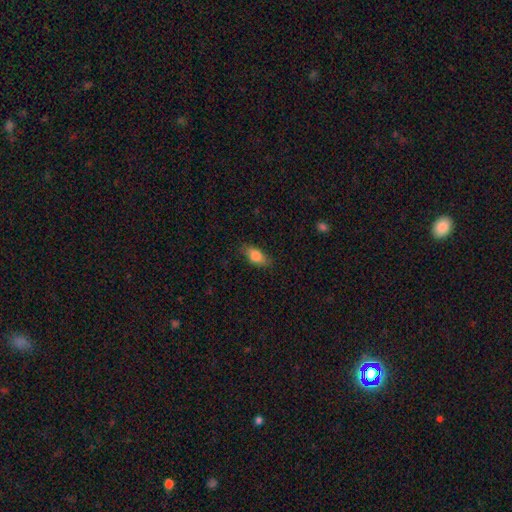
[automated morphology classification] smooth-or-featured: smooth: 84% | featured or disk: 9% | star or artifact: 7%
  how-rounded: in between: 85% | cigar-shaped: 10% | round: 4%
  merging: none: 78% | minor disturbance: 17% | major disturbance: 4% | merger: 1%